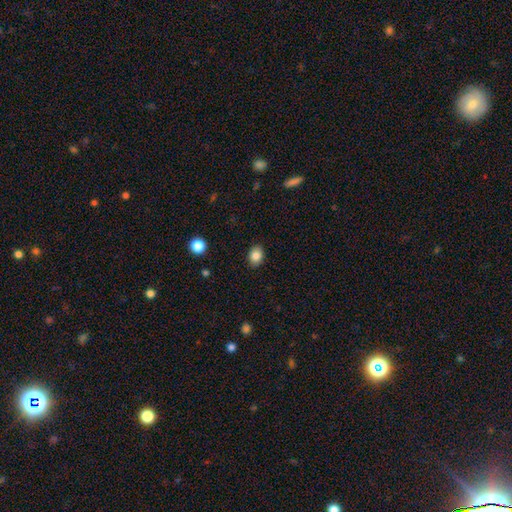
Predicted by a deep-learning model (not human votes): This is clearly a smooth galaxy (85%). How rounded: likely in between (66%). Merging: clearly none (88%).